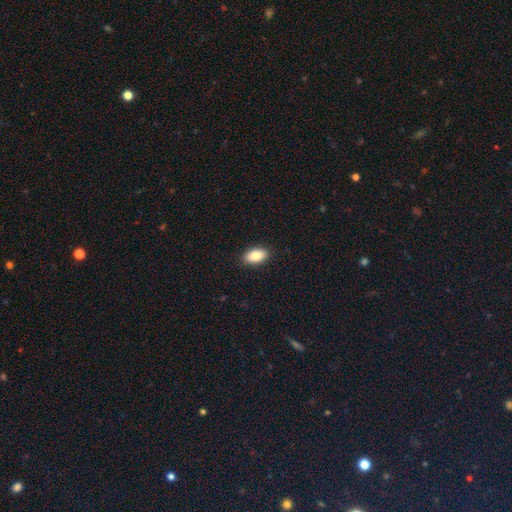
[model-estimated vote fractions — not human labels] smooth_or_featured: smooth (p=0.86) [alt: featured or disk p=0.07]
how_rounded: in between (p=0.93) [alt: round p=0.05]
merging: none (p=0.89) [alt: minor disturbance p=0.08]